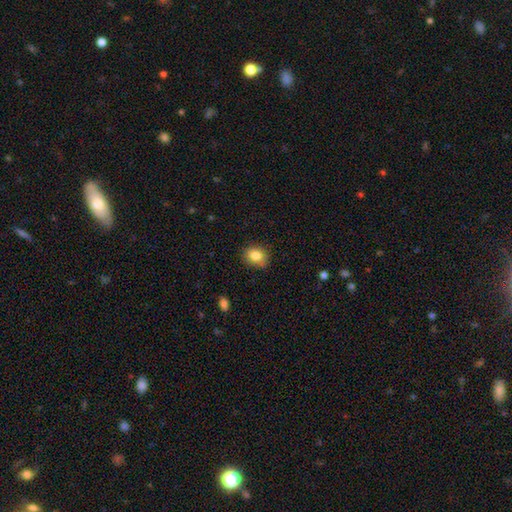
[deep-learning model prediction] A smooth galaxy with no disk features (84%) that is round (55%). Merging: none (81%).